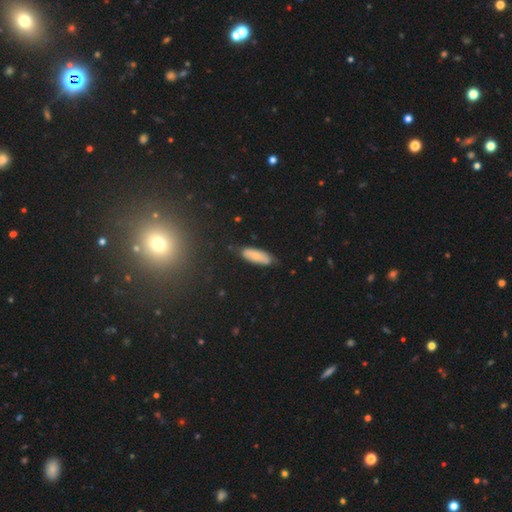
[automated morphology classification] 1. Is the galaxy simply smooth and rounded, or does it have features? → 66% smooth, 26% featured or disk, 8% star or artifact.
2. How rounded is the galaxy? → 66% in between, 32% cigar-shaped, 2% round.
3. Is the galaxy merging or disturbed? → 74% none, 20% minor disturbance, 4% major disturbance, 2% merger.